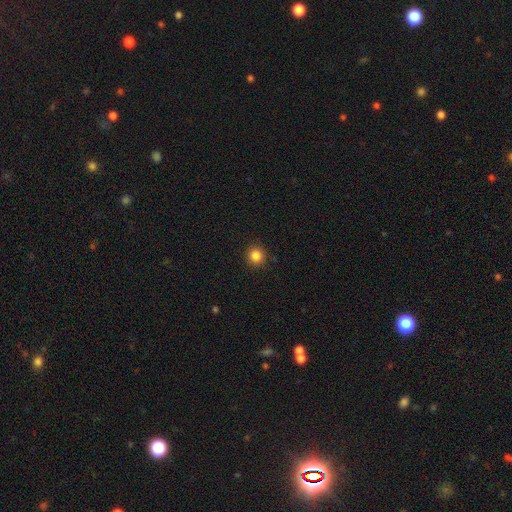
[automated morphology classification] Q: Smooth or featured?
A: smooth (85%); runner-up: star or artifact (11%)
Q: How rounded?
A: round (93%); runner-up: in between (6%)
Q: Merging?
A: none (92%); runner-up: minor disturbance (5%)